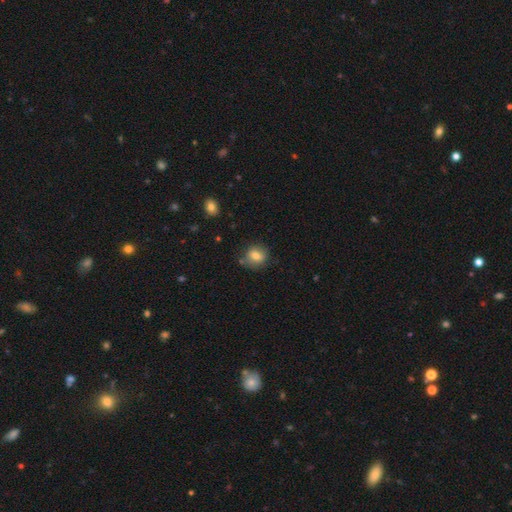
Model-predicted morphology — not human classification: Q: Smooth or featured?
A: smooth (77%); runner-up: featured or disk (14%)
Q: How rounded?
A: round (60%); runner-up: in between (38%)
Q: Merging?
A: none (70%); runner-up: minor disturbance (20%)